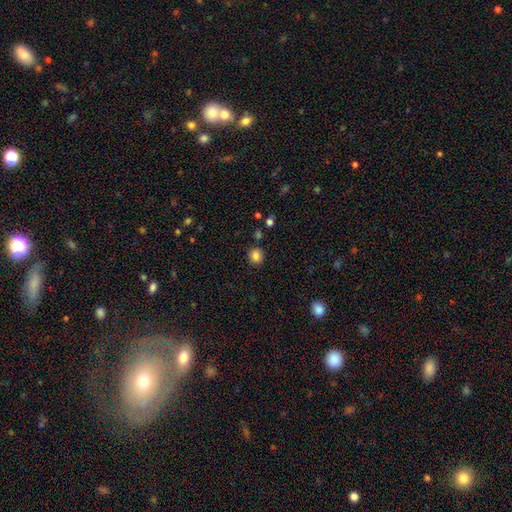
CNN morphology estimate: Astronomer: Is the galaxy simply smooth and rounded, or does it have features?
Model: smooth — 84%.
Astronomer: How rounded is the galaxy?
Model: round — 77%.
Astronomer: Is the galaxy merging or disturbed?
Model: none — 85%.